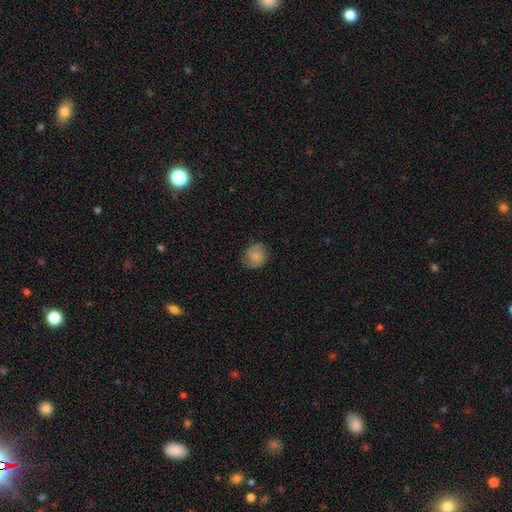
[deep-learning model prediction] smooth_or_featured: smooth (p=0.68) [alt: featured or disk p=0.24]
how_rounded: round (p=0.71) [alt: in between p=0.28]
merging: none (p=0.73) [alt: minor disturbance p=0.20]